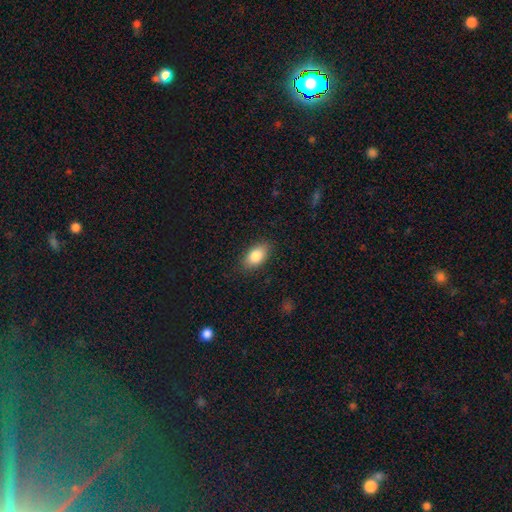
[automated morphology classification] Smooth or featured? smooth (85%)
How rounded? in between (91%)
Merging? none (86%)